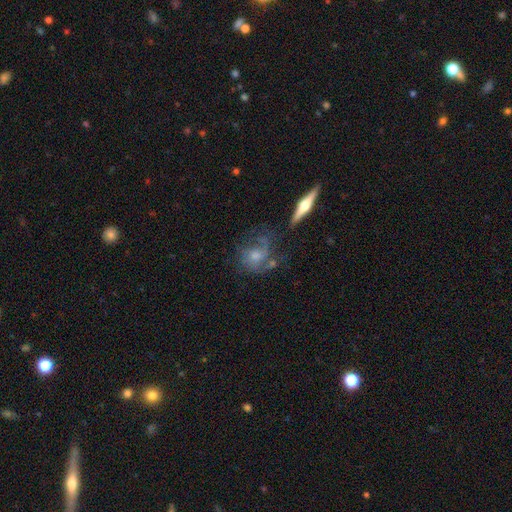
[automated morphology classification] Smooth or featured: featured or disk — 71% (smooth — 18%)
Edge-on disk: no — 84% (yes — 16%)
Bar: no — 74% (weak — 22%)
Spiral arms: yes — 79% (no — 21%)
Bulge size: moderate — 50% (small — 31%)
Merging: none — 53% (minor disturbance — 20%)